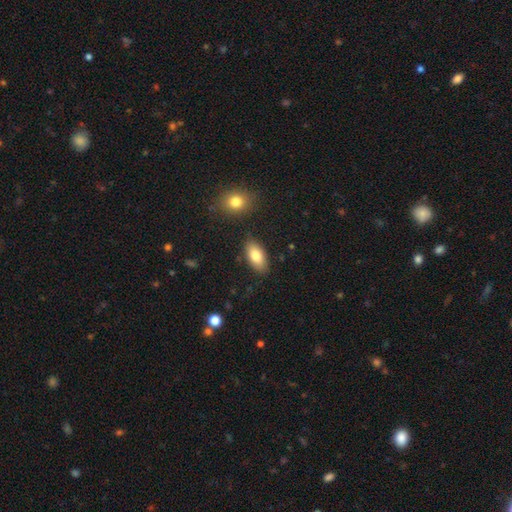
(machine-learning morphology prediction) smooth-or-featured: smooth: 80% | featured or disk: 13% | star or artifact: 7%
  how-rounded: in between: 91% | cigar-shaped: 5% | round: 4%
  merging: none: 85% | minor disturbance: 10% | merger: 2% | major disturbance: 2%